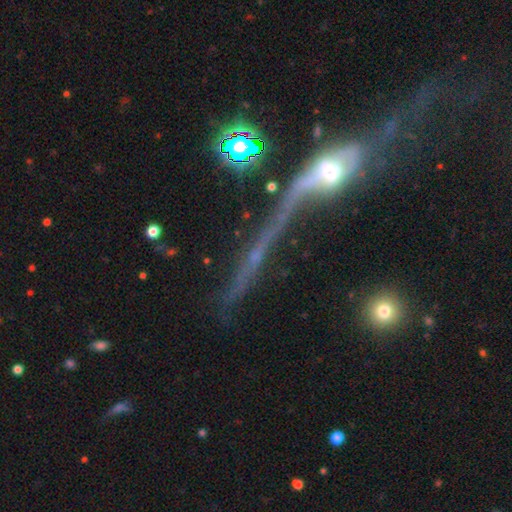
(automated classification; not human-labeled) featured or disk 62%, star or artifact 20%, smooth 18%. Down the decision tree: edge-on disk — yes (60%); merging — none (34%).